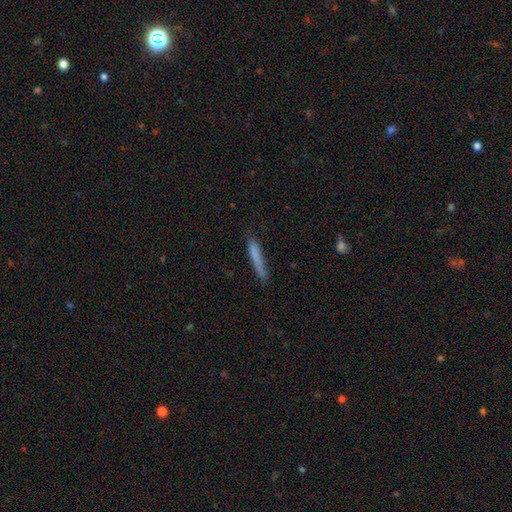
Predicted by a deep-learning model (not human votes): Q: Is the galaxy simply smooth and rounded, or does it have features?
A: smooth — 75%.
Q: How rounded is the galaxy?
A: cigar-shaped — 94%.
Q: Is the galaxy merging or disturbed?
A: none — 75%.